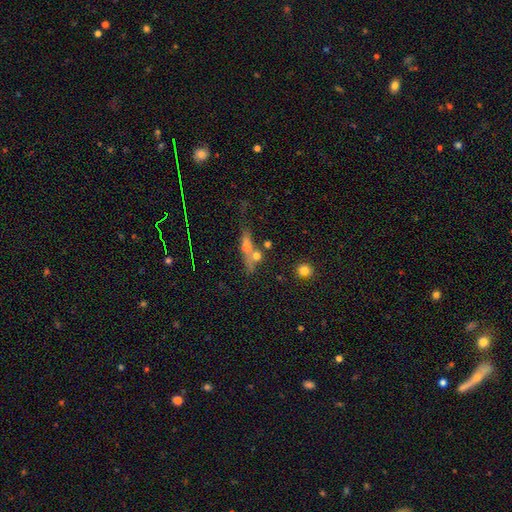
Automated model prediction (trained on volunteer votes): This appears to be a smooth galaxy with no disk features (52%) that is round (36%). Merging: none (44%).